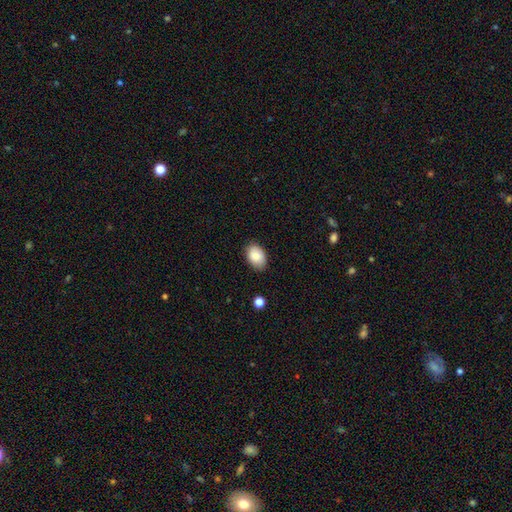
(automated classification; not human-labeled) smooth-or-featured: smooth: 87% | star or artifact: 7% | featured or disk: 6%
  how-rounded: in between: 87% | round: 12% | cigar-shaped: 1%
  merging: none: 83% | minor disturbance: 13% | major disturbance: 2% | merger: 1%